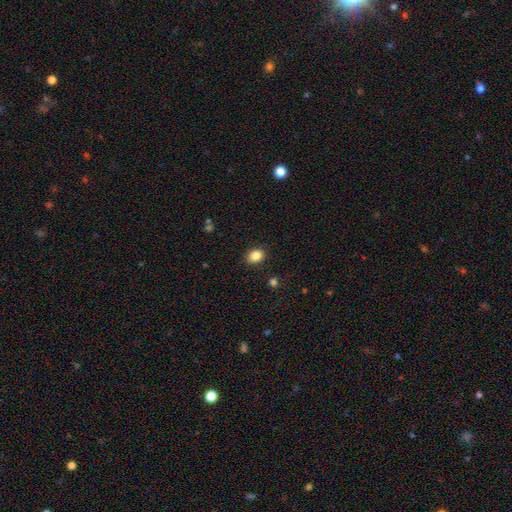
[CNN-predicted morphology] This appears to be a smooth galaxy with no disk features (86%) that is in between round and cigar-shaped (57%). Merging: none (89%).